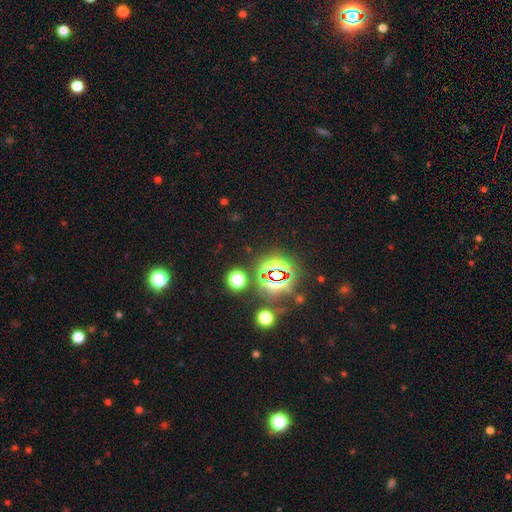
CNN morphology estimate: The model was most divided on "smooth or featured": star or artifact: 80%, smooth: 13%, featured or disk: 7%.